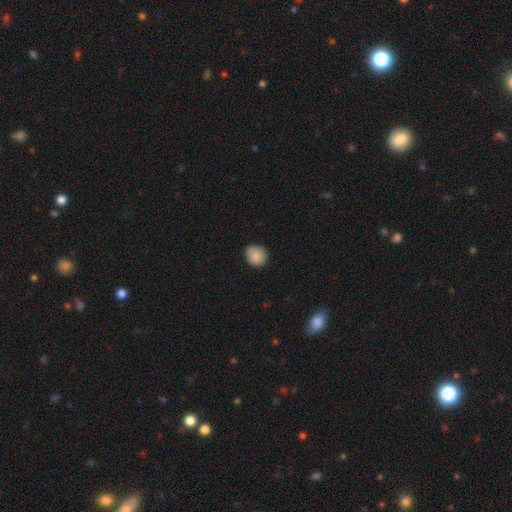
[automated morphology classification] smooth-or-featured: smooth: 87% | star or artifact: 8% | featured or disk: 5%
  how-rounded: round: 76% | in between: 23% | cigar-shaped: 1%
  merging: none: 84% | minor disturbance: 13% | major disturbance: 2% | merger: 1%